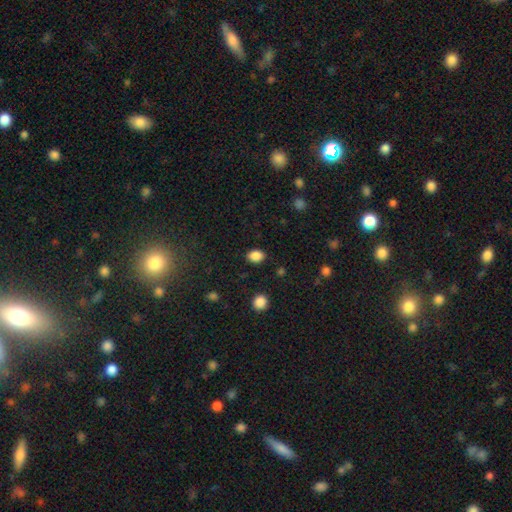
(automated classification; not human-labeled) Smooth or featured? Predicted: smooth (p=0.87). How rounded? Predicted: in between (p=0.70). Merging? Predicted: none (p=0.86).